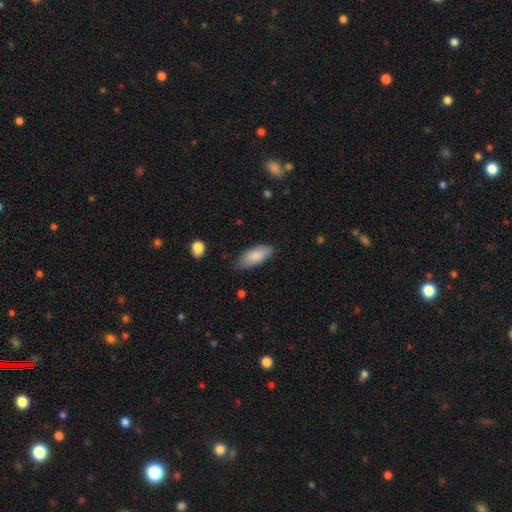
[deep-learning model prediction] Smooth or featured: smooth — 85% (featured or disk — 9%)
How rounded: in between — 85% (cigar-shaped — 13%)
Merging: none — 79% (minor disturbance — 17%)